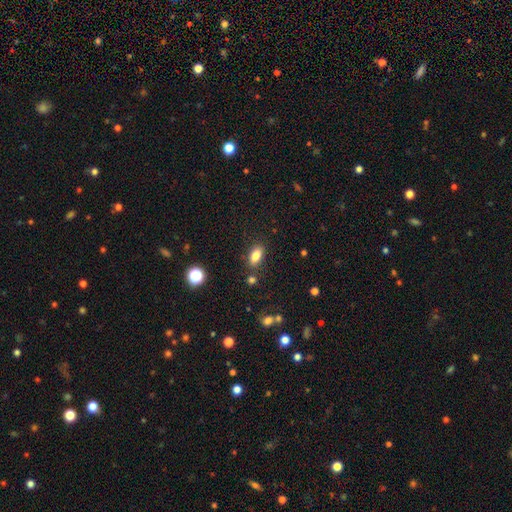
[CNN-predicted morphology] smooth 81%, star or artifact 10%, featured or disk 9%. Down the decision tree: how rounded — in between (87%); merging — none (82%).